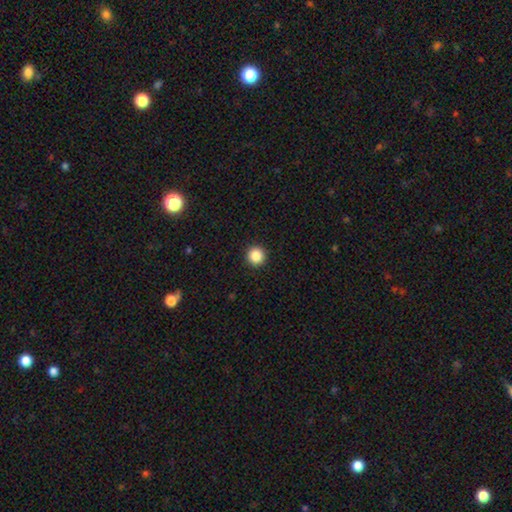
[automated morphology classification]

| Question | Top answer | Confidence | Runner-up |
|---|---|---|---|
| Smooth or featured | smooth | 87% | star or artifact (10%) |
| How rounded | round | 96% | in between (3%) |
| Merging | none | 93% | minor disturbance (4%) |